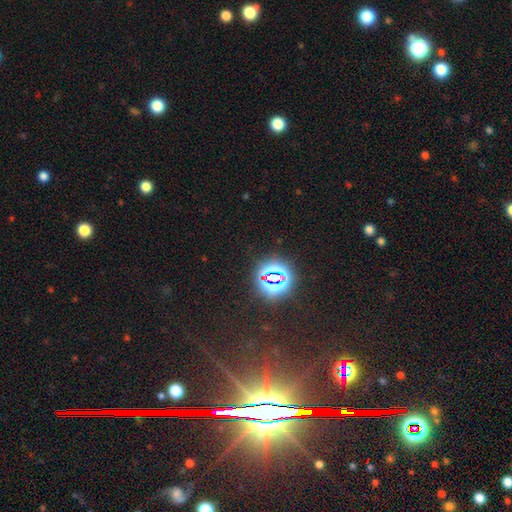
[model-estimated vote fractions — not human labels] Smooth or featured? star or artifact (80%)